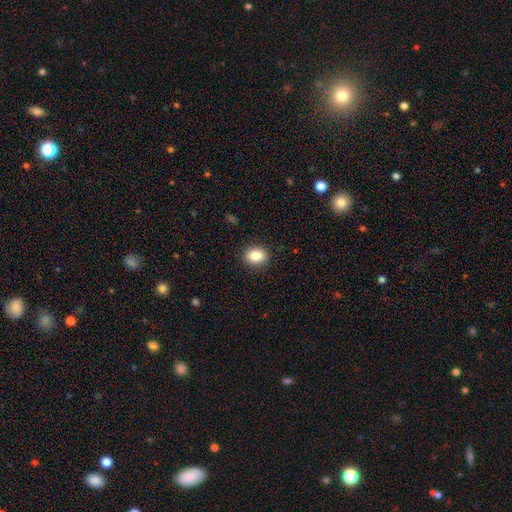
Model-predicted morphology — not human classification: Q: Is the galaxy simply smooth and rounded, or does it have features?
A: smooth — 85%.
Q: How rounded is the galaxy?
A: round — 58%.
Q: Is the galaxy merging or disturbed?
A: none — 90%.